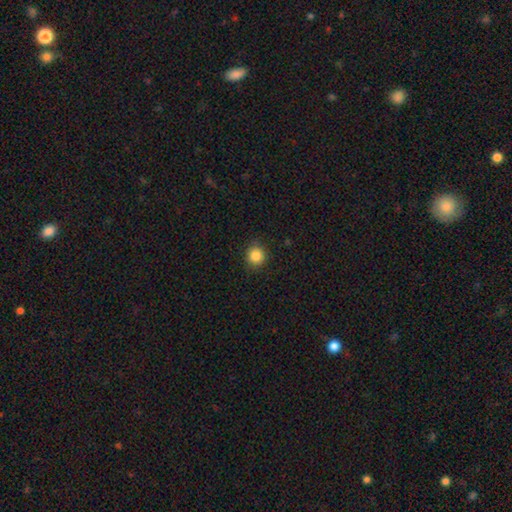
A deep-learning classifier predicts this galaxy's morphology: This appears to be a smooth galaxy with no disk features (85%) that is round (91%). Merging: none (89%).